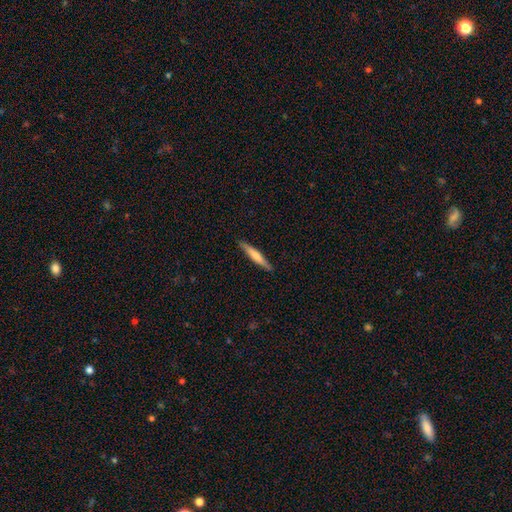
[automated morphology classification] A smooth galaxy with no disk features (58%) that is cigar-shaped (94%). Merging: none (89%).